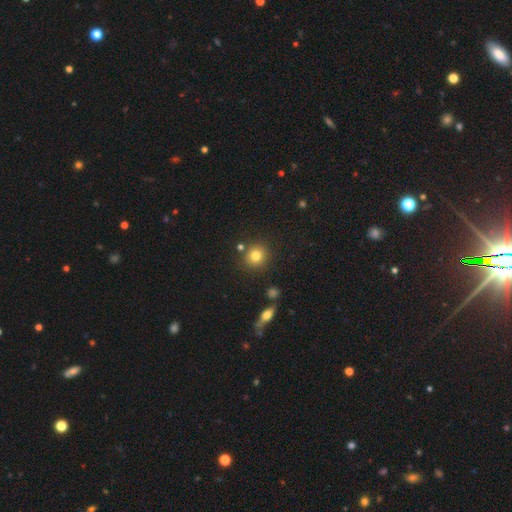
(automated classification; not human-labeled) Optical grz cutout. It shows a smooth galaxy with no disk features (80%) that is round (91%). Merging: none (83%).